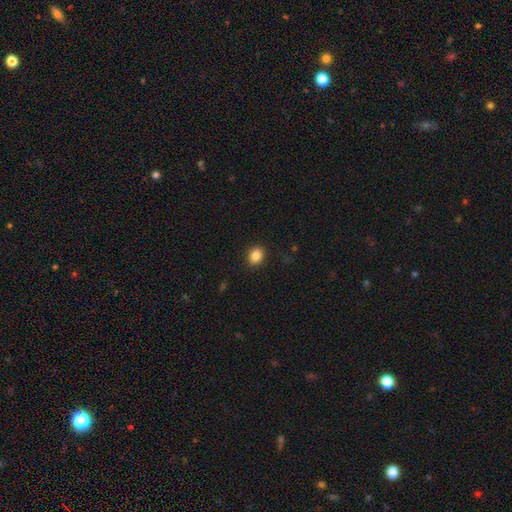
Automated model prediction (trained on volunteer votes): Morphology: type=smooth (86%); roundness=round (62%); merging=none (90%).